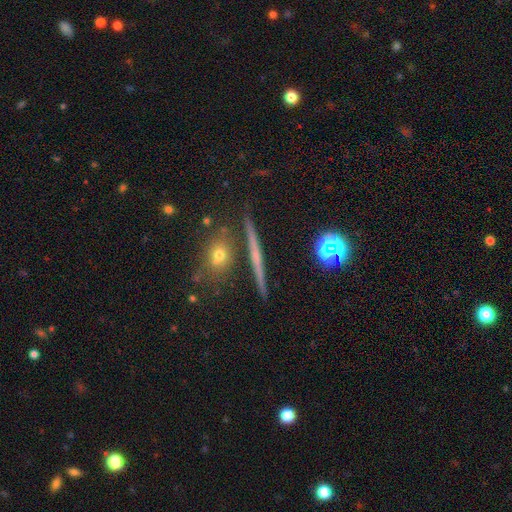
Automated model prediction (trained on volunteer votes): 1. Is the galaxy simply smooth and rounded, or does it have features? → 55% featured or disk, 30% smooth, 14% star or artifact.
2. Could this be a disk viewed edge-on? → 91% yes, 9% no.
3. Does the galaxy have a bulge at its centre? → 65% none, 28% rounded, 7% boxy.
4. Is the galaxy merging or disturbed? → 84% none, 8% minor disturbance, 6% merger, 3% major disturbance.